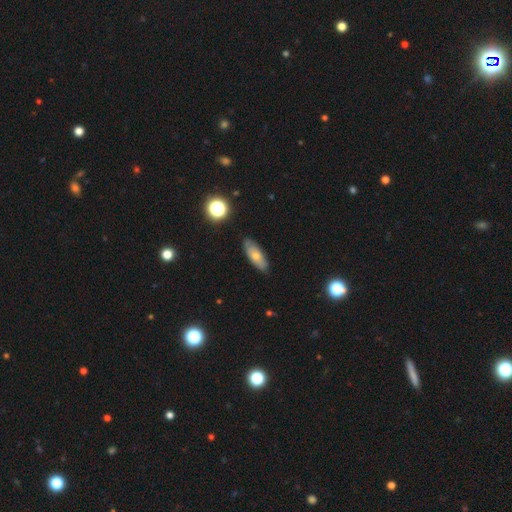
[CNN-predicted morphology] This is likely a smooth galaxy (66%). How rounded: likely in between (70%). Merging: clearly none (85%).